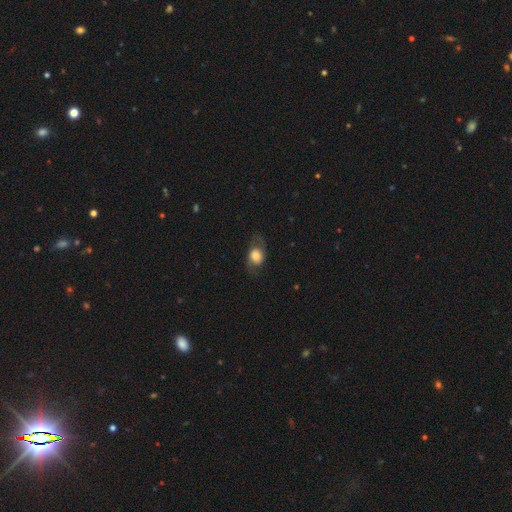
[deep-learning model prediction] Q: Smooth or featured?
A: smooth (49%); runner-up: featured or disk (43%)
Q: Merging?
A: none (68%); runner-up: minor disturbance (18%)